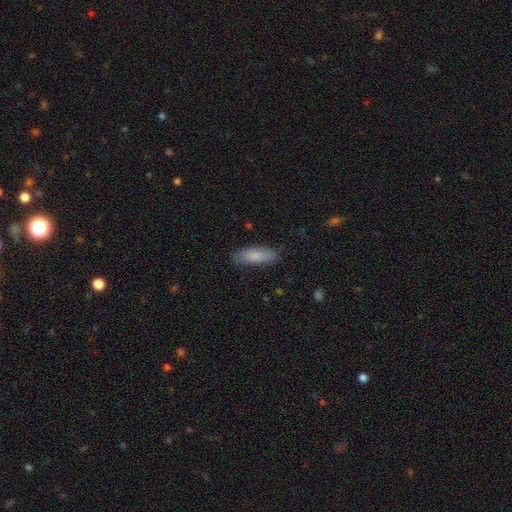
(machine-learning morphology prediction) Smooth or featured?
  - smooth: 84% *
  - featured or disk: 10%
  - star or artifact: 6%
How rounded?
  - in between: 60% *
  - cigar-shaped: 38%
  - round: 2%
Merging?
  - none: 84% *
  - minor disturbance: 13%
  - major disturbance: 3%
  - merger: 1%